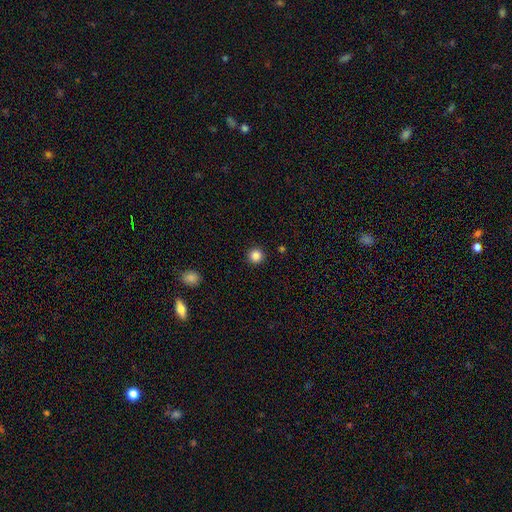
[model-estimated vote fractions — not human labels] This is clearly a smooth galaxy (86%). How rounded: clearly round (96%). Merging: clearly none (93%).